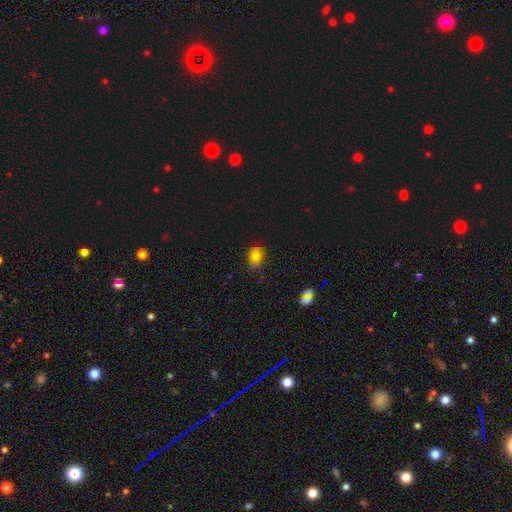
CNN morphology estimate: A smooth galaxy with no disk features (75%) that is round (63%).

Vote fractions:
- Smooth or featured? smooth: 75% / star or artifact: 14% / featured or disk: 11%
- How rounded? round: 63% / in between: 36% / cigar-shaped: 1%
- Merging? none: 63% / minor disturbance: 26% / major disturbance: 7% / merger: 5%